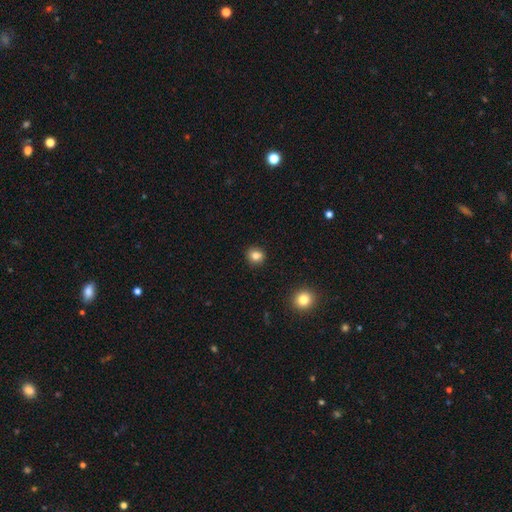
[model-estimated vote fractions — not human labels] The model was most divided on "smooth or featured": smooth: 82%, star or artifact: 12%, featured or disk: 6%. More confident: merging — none (90%); how rounded — round (86%).